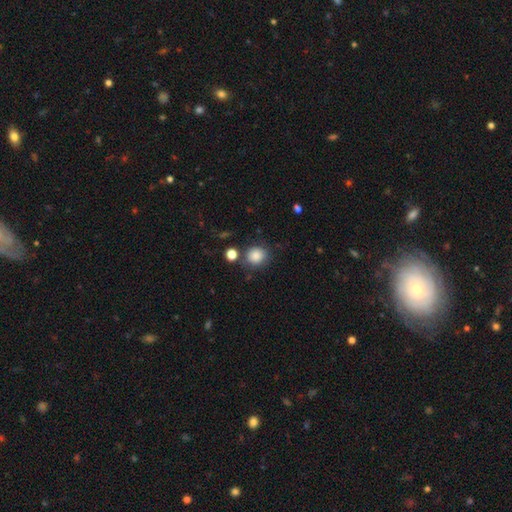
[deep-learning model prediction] Smooth or featured? smooth (86%)
How rounded? round (81%)
Merging? none (77%)